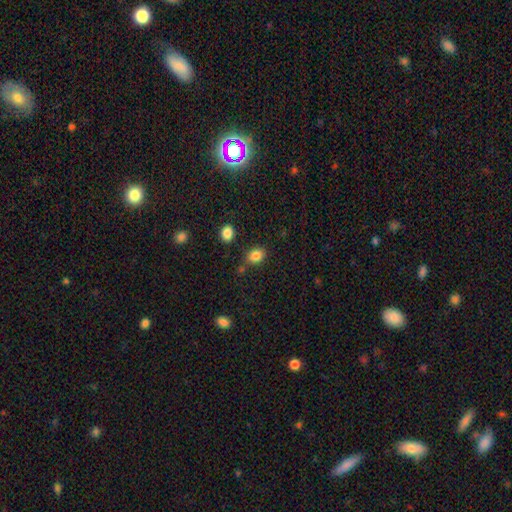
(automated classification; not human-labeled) Overall: smooth (85%). How rounded: in between (63%; round 36%). Merging: none (75%).